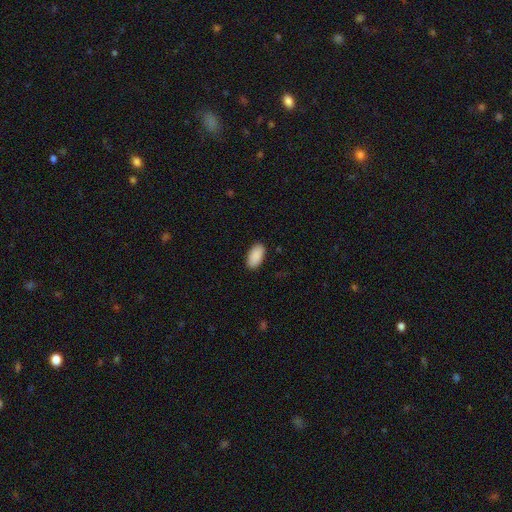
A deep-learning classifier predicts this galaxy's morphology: Smooth or featured: smooth — 90% (star or artifact — 6%)
How rounded: in between — 95% (cigar-shaped — 3%)
Merging: none — 88% (minor disturbance — 9%)